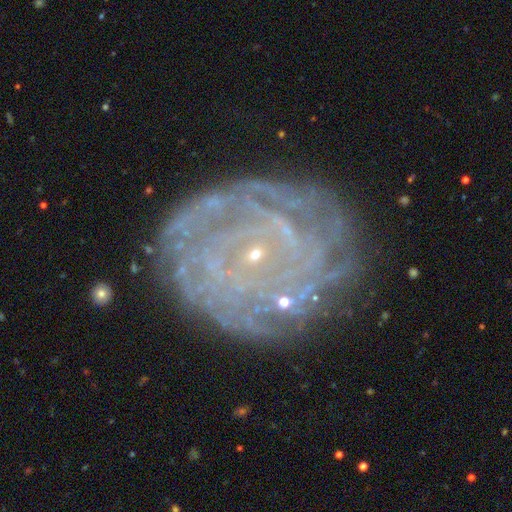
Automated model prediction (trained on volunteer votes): Q: Smooth or featured?
A: featured or disk (78%); runner-up: smooth (11%)
Q: Edge-on disk?
A: no (97%); runner-up: yes (3%)
Q: Bar?
A: no (72%); runner-up: weak (20%)
Q: Spiral arms?
A: yes (87%); runner-up: no (13%)
Q: Spiral winding?
A: tight (81%); runner-up: medium (14%)
Q: Spiral arm count?
A: can't tell (41%); runner-up: more than 4 (16%)
Q: Bulge size?
A: small (88%); runner-up: none (5%)
Q: Merging?
A: none (76%); runner-up: minor disturbance (15%)